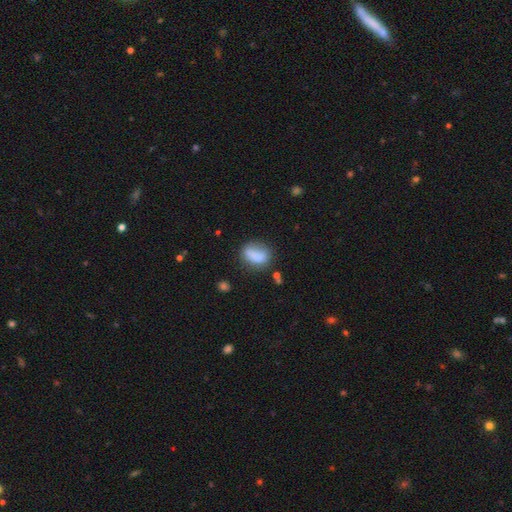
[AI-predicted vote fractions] Smooth or featured? Predicted: smooth (p=0.80). How rounded? Predicted: in between (p=0.76). Merging? Predicted: none (p=0.56).